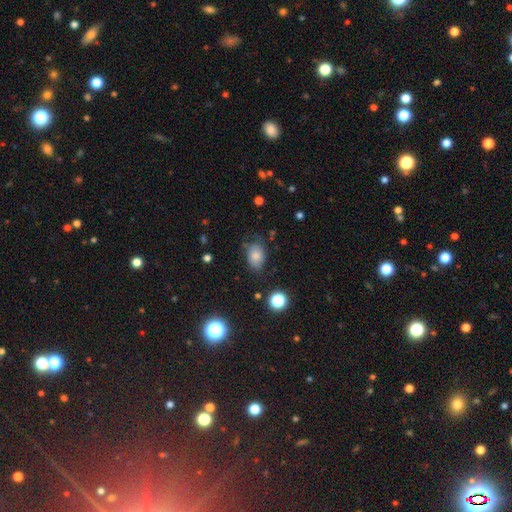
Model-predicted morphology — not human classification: A smooth galaxy with no disk features (76%) that is in between round and cigar-shaped (79%). Merging: none (62%).